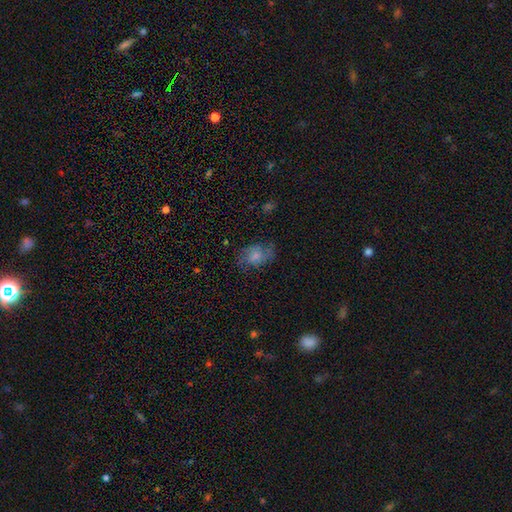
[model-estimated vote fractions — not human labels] Smooth or featured? smooth (62%)
How rounded? in between (71%)
Merging? none (59%)